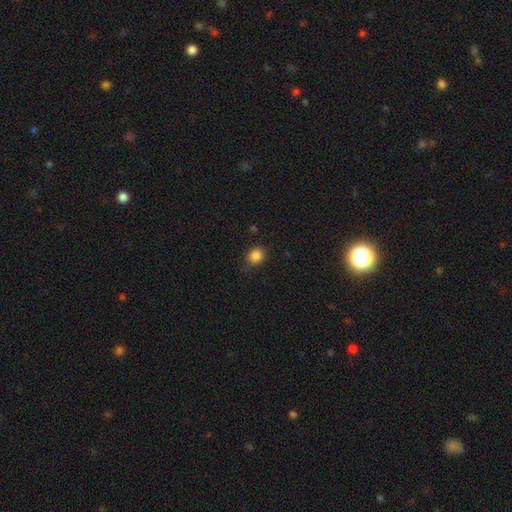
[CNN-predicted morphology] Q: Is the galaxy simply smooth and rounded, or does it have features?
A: smooth — 86%.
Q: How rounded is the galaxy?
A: round — 73%.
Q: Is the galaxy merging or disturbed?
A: none — 81%.